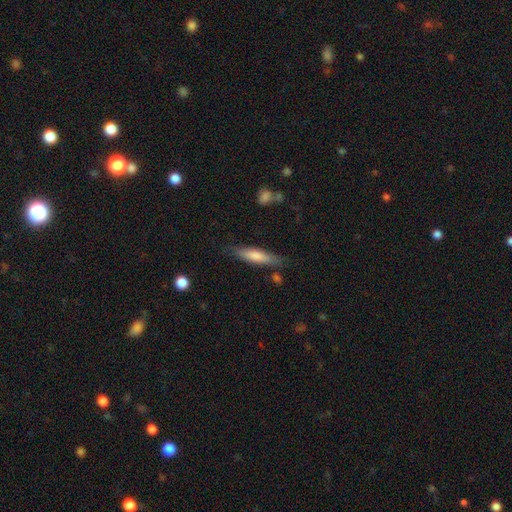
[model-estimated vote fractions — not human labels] This appears to be a smooth galaxy with no disk features (58%) that is cigar-shaped (82%). Merging: none (81%).